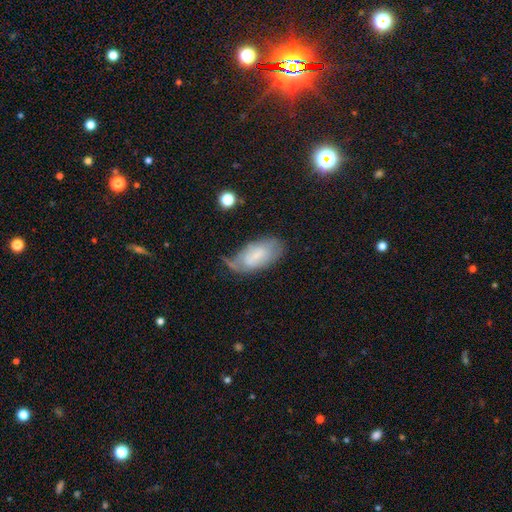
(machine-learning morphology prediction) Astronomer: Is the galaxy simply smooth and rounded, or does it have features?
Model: smooth — 52% (runner-up: featured or disk, 40%).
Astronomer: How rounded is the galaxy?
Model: in between — 92%.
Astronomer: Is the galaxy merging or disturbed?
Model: none — 42% (runner-up: minor disturbance, 35%).